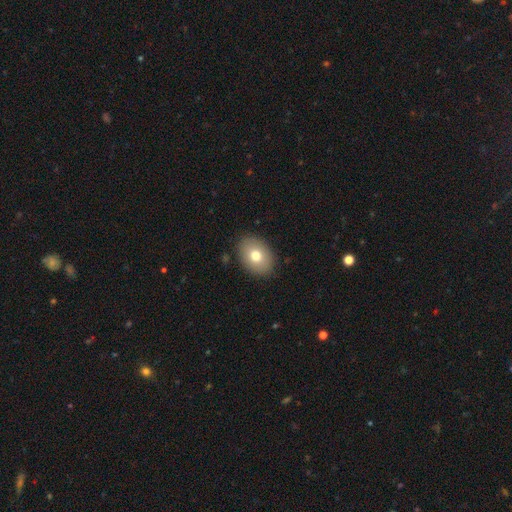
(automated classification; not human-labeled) smooth 75%, featured or disk 16%, star or artifact 8%. Down the decision tree: how rounded — in between (76%); merging — none (88%).